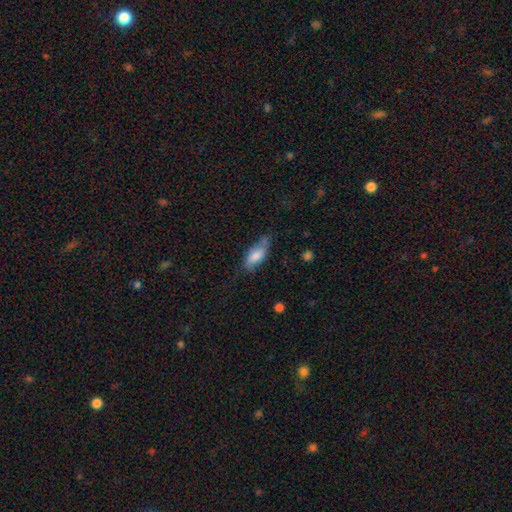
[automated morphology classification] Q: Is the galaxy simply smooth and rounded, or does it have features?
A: smooth — 75%.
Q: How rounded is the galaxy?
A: in between — 80%.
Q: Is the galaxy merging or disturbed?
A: none — 52%.